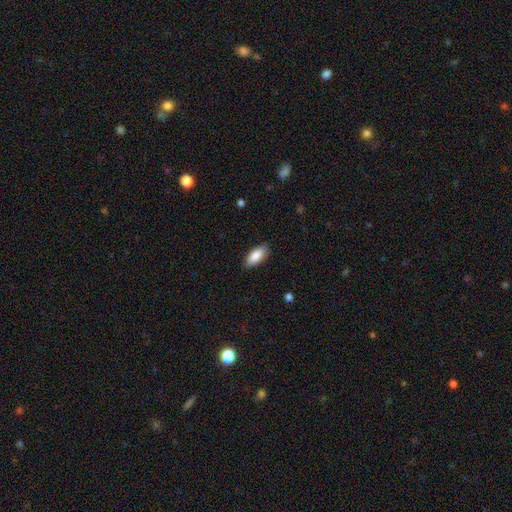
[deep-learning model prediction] Smooth or featured? smooth (87%)
How rounded? in between (86%)
Merging? none (86%)